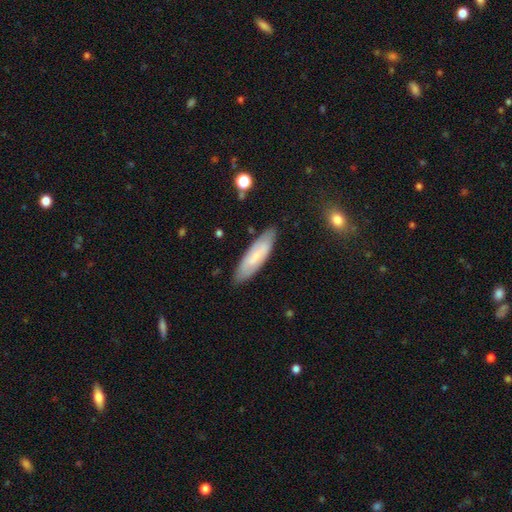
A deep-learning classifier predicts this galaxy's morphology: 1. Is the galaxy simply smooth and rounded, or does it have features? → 59% smooth, 34% featured or disk, 7% star or artifact.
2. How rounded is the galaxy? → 59% cigar-shaped, 39% in between, 2% round.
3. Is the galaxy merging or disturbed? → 84% none, 12% minor disturbance, 2% major disturbance, 1% merger.